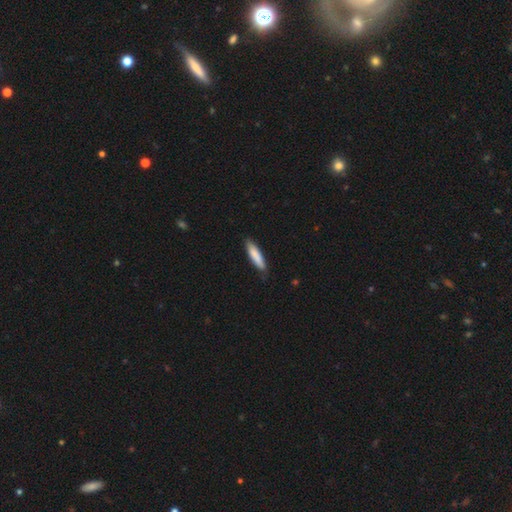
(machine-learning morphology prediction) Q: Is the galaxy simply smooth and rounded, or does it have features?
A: smooth — 83%.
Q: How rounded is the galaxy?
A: cigar-shaped — 79%.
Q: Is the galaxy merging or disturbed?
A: none — 82%.